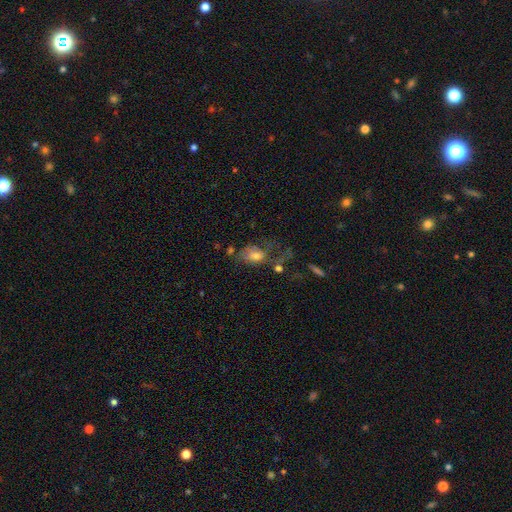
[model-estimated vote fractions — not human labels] This appears to be a smooth galaxy with no disk features (53%) that is in between round and cigar-shaped (83%). Merging: major disturbance (40%).